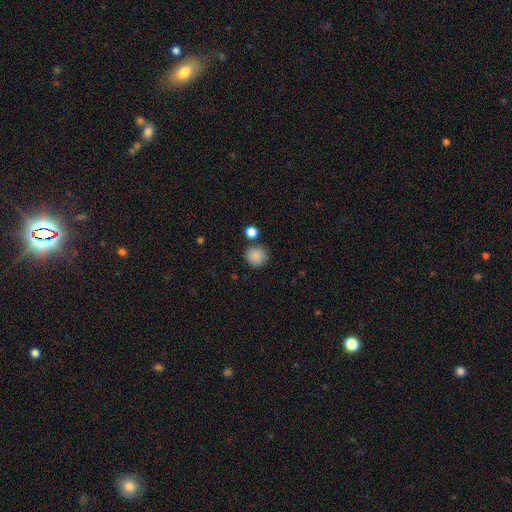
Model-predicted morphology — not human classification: Overall: smooth (87%). How rounded: round (92%). Merging: none (82%).